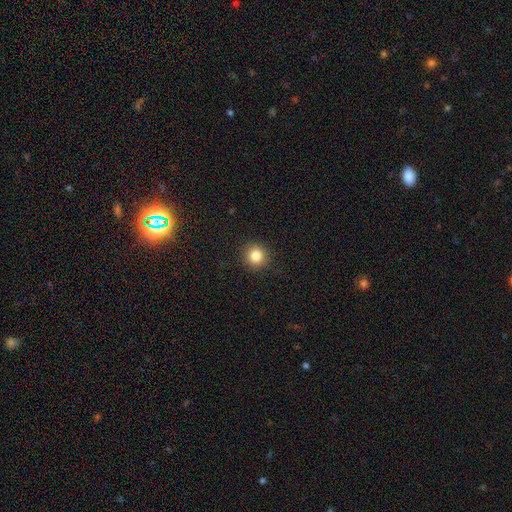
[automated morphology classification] A smooth galaxy with no disk features (84%) that is round (92%).

Vote fractions:
- Smooth or featured? smooth: 84% / star or artifact: 11% / featured or disk: 5%
- How rounded? round: 92% / in between: 7% / cigar-shaped: 1%
- Merging? none: 91% / minor disturbance: 6% / major disturbance: 2% / merger: 1%